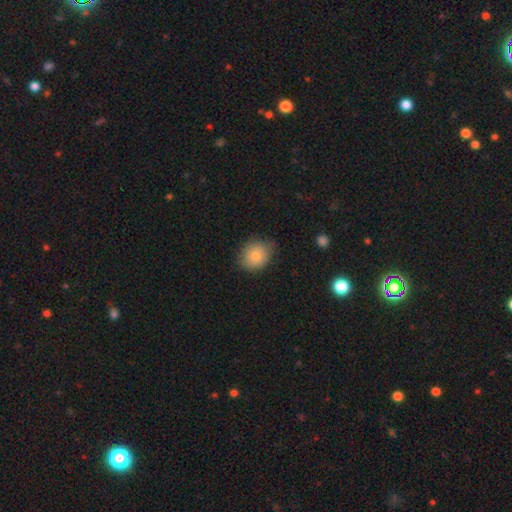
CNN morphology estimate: A smooth galaxy with no disk features (83%) that is round (64%). Merging: none (71%).